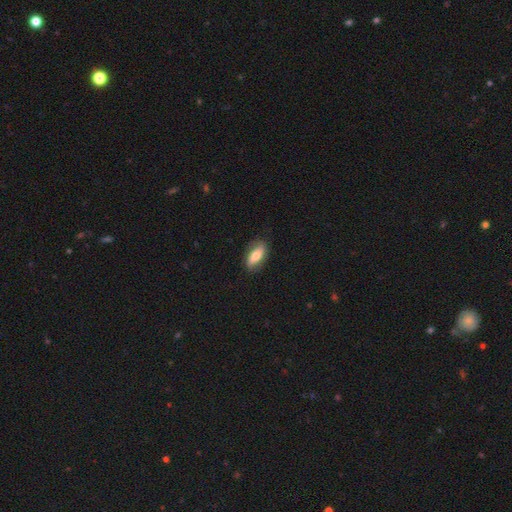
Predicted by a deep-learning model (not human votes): Smooth or featured: smooth — 59% (featured or disk — 34%)
How rounded: in between — 86% (cigar-shaped — 10%)
Merging: none — 81% (minor disturbance — 15%)